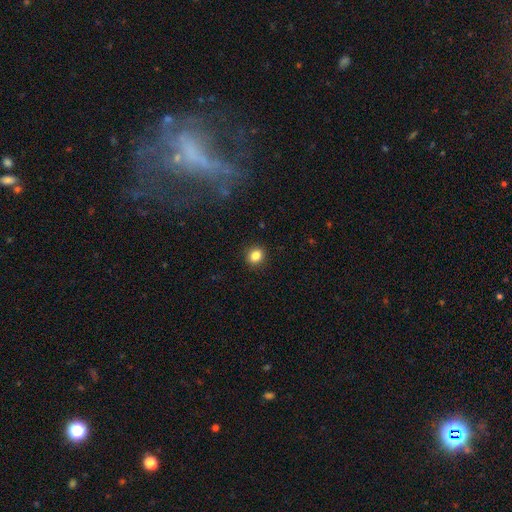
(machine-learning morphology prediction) Q: Smooth or featured?
A: smooth (84%); runner-up: star or artifact (10%)
Q: How rounded?
A: round (72%); runner-up: in between (27%)
Q: Merging?
A: none (91%); runner-up: minor disturbance (6%)